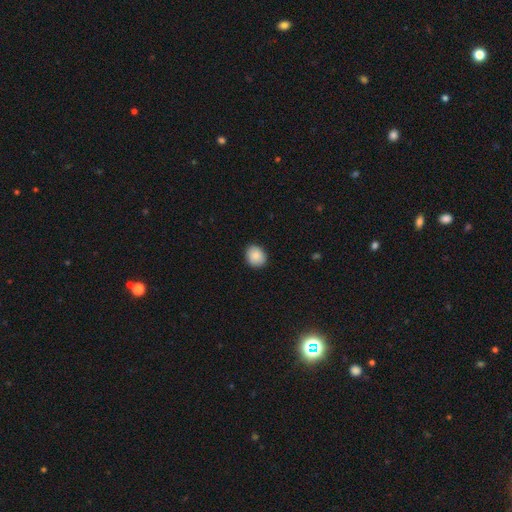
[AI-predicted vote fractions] Smooth or featured? smooth (87%)
How rounded? round (65%)
Merging? none (88%)